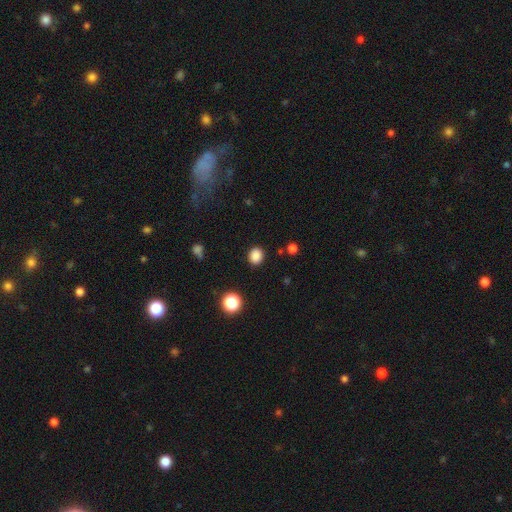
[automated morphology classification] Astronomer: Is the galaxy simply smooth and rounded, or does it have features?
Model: smooth — 86%.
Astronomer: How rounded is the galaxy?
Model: round — 71%.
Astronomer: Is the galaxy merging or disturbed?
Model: none — 89%.